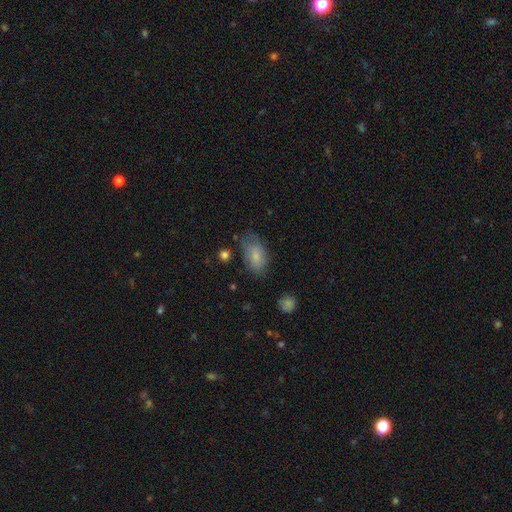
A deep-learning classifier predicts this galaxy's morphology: Q: Smooth or featured?
A: smooth (75%); runner-up: featured or disk (17%)
Q: How rounded?
A: in between (91%); runner-up: round (6%)
Q: Merging?
A: none (55%); runner-up: minor disturbance (30%)